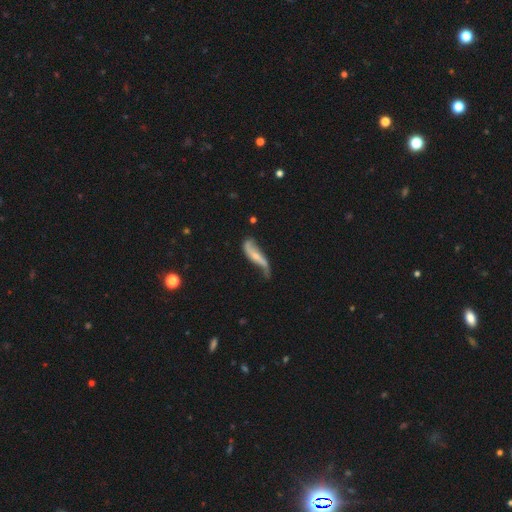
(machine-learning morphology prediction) A featured or disk galaxy (66%) with no bar (44%), spiral arms (83%) and a small central bulge (59%). Merging: none (38%).